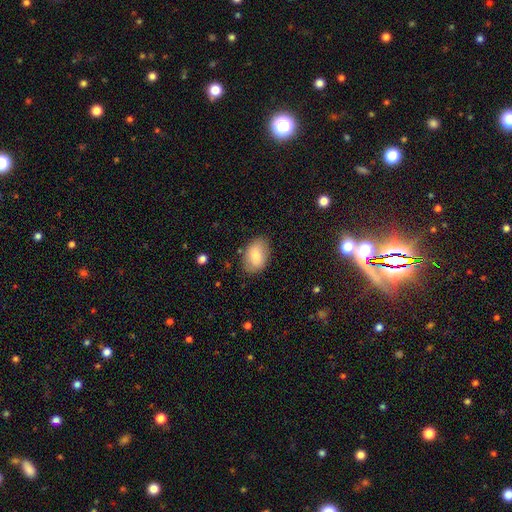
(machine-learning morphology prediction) Smooth or featured?
  - smooth: 82% *
  - featured or disk: 12%
  - star or artifact: 7%
How rounded?
  - in between: 89% *
  - round: 10%
  - cigar-shaped: 1%
Merging?
  - none: 79% *
  - minor disturbance: 16%
  - major disturbance: 4%
  - merger: 1%